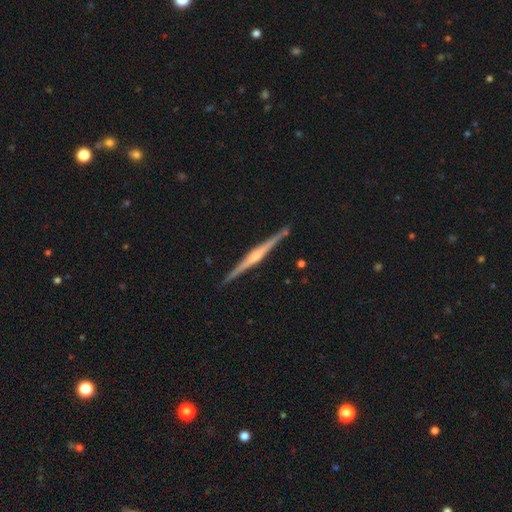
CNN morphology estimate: The model was most divided on "edge-on bulge": rounded: 76%, none: 14%, boxy: 10%. More confident: edge-on disk — yes (99%); merging — none (92%); smooth or featured — featured or disk (84%).